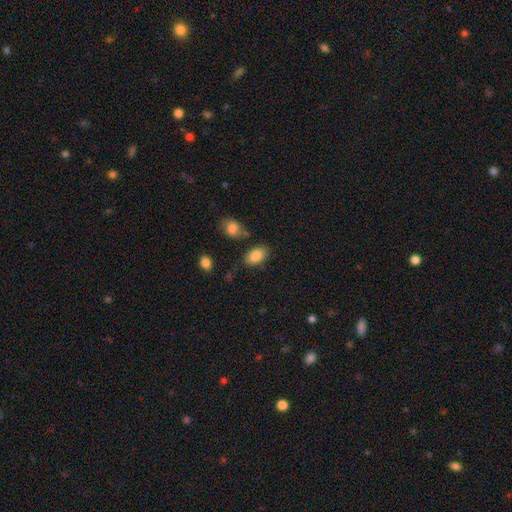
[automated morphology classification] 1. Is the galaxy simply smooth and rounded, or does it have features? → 86% smooth, 8% star or artifact, 6% featured or disk.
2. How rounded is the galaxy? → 91% in between, 7% round, 2% cigar-shaped.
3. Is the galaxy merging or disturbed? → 75% none, 15% minor disturbance, 6% merger, 4% major disturbance.